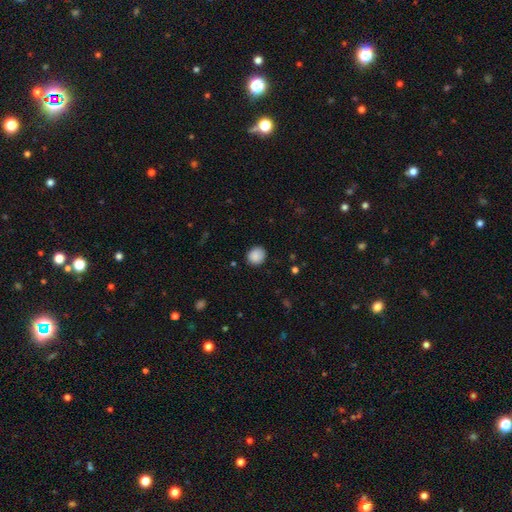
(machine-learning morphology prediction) Smooth or featured: smooth — 88% (star or artifact — 8%)
How rounded: round — 80% (in between — 19%)
Merging: none — 85% (minor disturbance — 11%)